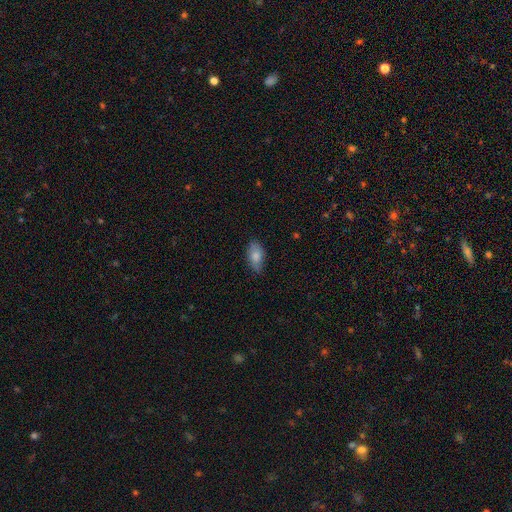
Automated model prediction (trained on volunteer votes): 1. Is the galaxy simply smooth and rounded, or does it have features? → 80% smooth, 13% featured or disk, 7% star or artifact.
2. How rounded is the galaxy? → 91% in between, 4% round, 4% cigar-shaped.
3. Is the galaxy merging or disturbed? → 76% none, 20% minor disturbance, 3% major disturbance, 1% merger.